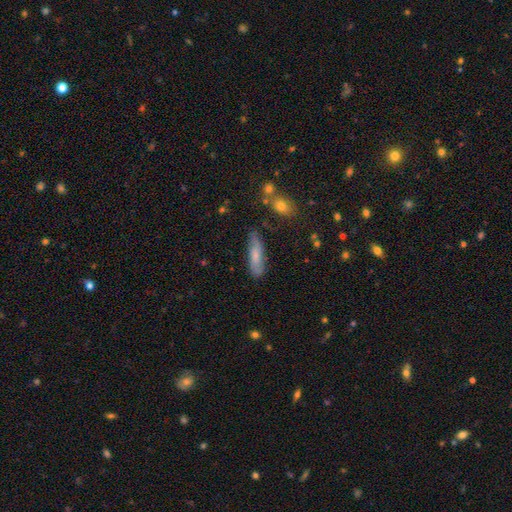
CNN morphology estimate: This appears to be a smooth galaxy with no disk features (63%) that is cigar-shaped (63%). Merging: none (73%).